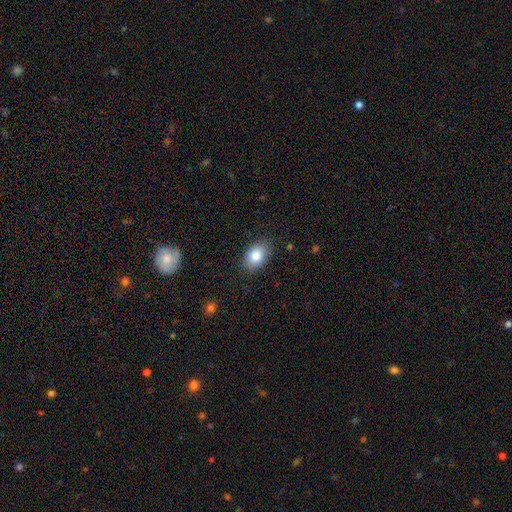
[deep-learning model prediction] Smooth or featured?
  - smooth: 83% *
  - featured or disk: 9%
  - star or artifact: 8%
How rounded?
  - in between: 81% *
  - round: 18%
  - cigar-shaped: 1%
Merging?
  - none: 84% *
  - minor disturbance: 12%
  - major disturbance: 3%
  - merger: 1%